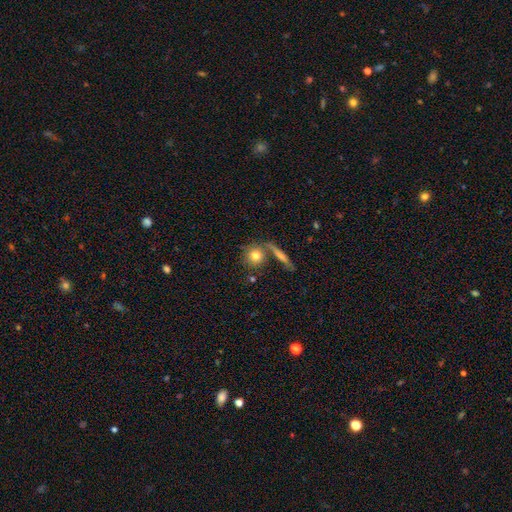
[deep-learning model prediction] The model was most divided on "merging": none: 67%, merger: 17%, minor disturbance: 11%, major disturbance: 4%. More confident: how rounded — round (83%); smooth or featured — smooth (77%).